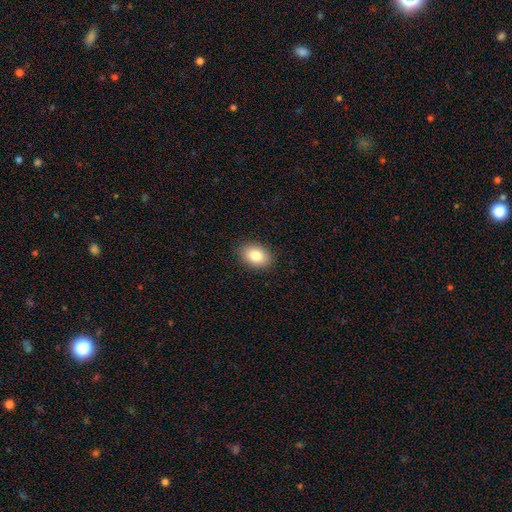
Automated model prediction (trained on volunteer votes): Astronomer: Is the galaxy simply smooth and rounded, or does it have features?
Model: smooth — 84%.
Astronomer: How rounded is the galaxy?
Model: in between — 82%.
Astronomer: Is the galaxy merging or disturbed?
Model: none — 89%.